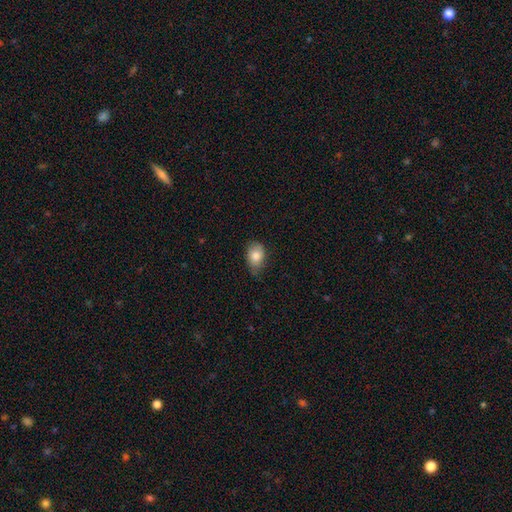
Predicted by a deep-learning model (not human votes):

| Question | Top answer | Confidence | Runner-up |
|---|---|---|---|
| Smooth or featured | smooth | 82% | featured or disk (10%) |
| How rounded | in between | 78% | round (21%) |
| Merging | none | 60% | minor disturbance (33%) |